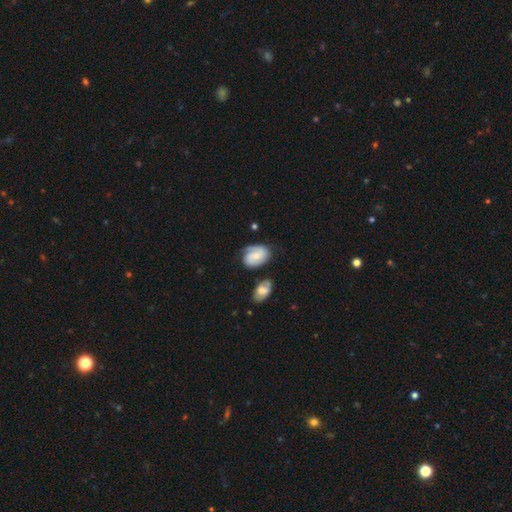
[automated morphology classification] smooth_or_featured: featured or disk (p=0.60) [alt: smooth p=0.34]
disk_edge_on: no (p=0.97) [alt: yes p=0.03]
bar: no (p=0.56) [alt: weak p=0.37]
has_spiral_arms: yes (p=0.90) [alt: no p=0.10]
spiral_winding: tight (p=0.44) [alt: medium p=0.39]
spiral_arm_count: 2 (p=0.63) [alt: 1 p=0.17]
bulge_size: small (p=0.49) [alt: moderate p=0.33]
merging: none (p=0.62) [alt: minor disturbance p=0.23]